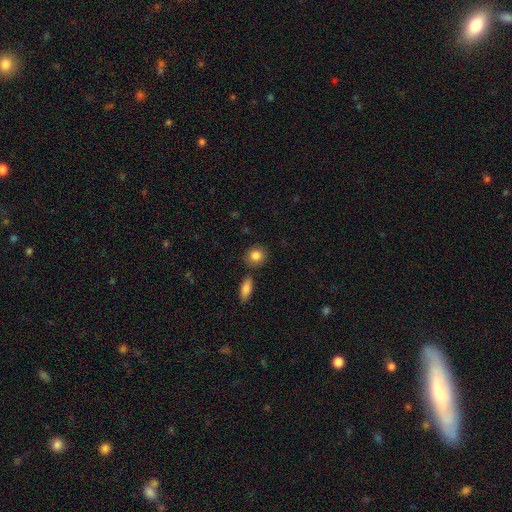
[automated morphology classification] Overall: smooth (86%). How rounded: round (73%). Merging: none (80%).